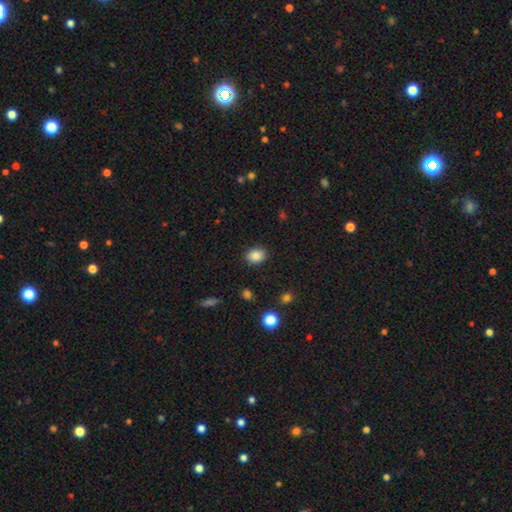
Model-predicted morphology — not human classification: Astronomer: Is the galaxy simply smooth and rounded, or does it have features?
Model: smooth — 85%.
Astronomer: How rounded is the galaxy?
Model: in between — 55% (runner-up: round, 44%).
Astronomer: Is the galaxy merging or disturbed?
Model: none — 88%.